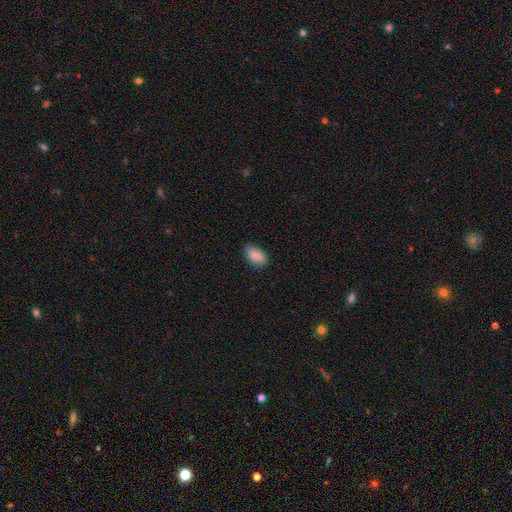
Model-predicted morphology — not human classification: smooth 88%, star or artifact 7%, featured or disk 5%. Down the decision tree: how rounded — in between (92%); merging — none (80%).